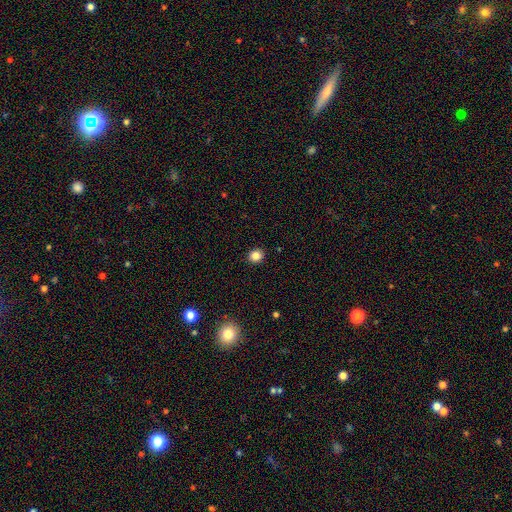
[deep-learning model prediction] smooth_or_featured: smooth (p=0.84) [alt: star or artifact p=0.11]
how_rounded: round (p=0.75) [alt: in between p=0.24]
merging: none (p=0.91) [alt: minor disturbance p=0.06]